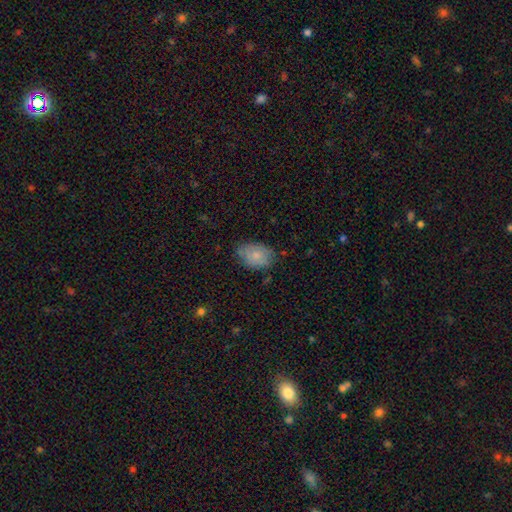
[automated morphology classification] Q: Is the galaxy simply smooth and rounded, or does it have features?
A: smooth — 78%.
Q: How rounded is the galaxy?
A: in between — 84%.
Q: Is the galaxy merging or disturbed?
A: none — 71%.